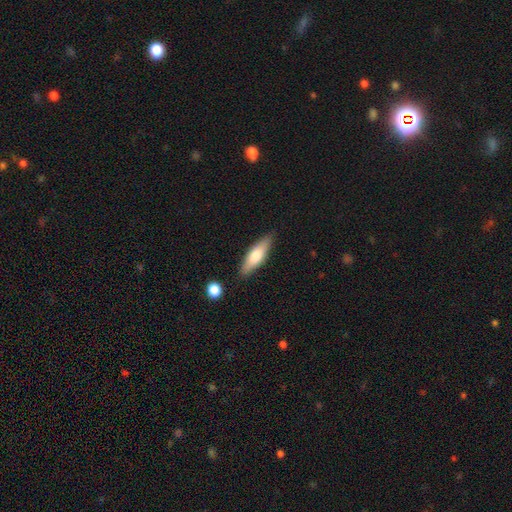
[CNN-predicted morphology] Smooth or featured: smooth — 64% (featured or disk — 31%)
How rounded: cigar-shaped — 54% (in between — 44%)
Merging: none — 85% (minor disturbance — 11%)